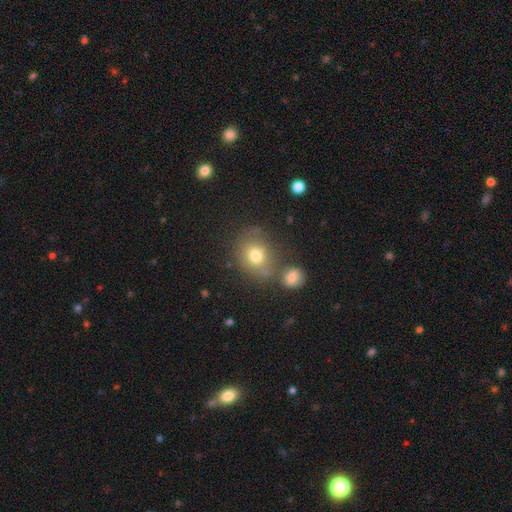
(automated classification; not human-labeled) A smooth galaxy with no disk features (74%) that is round (68%). Merging: none (61%).